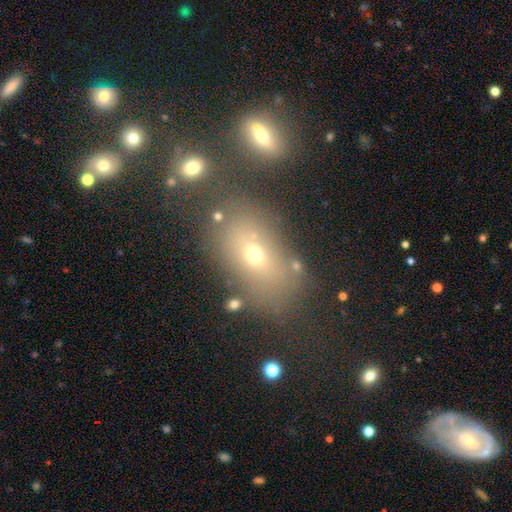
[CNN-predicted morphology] smooth_or_featured: smooth (p=0.61) [alt: star or artifact p=0.20]
how_rounded: in between (p=0.73) [alt: round p=0.25]
merging: none (p=0.61) [alt: merger p=0.17]